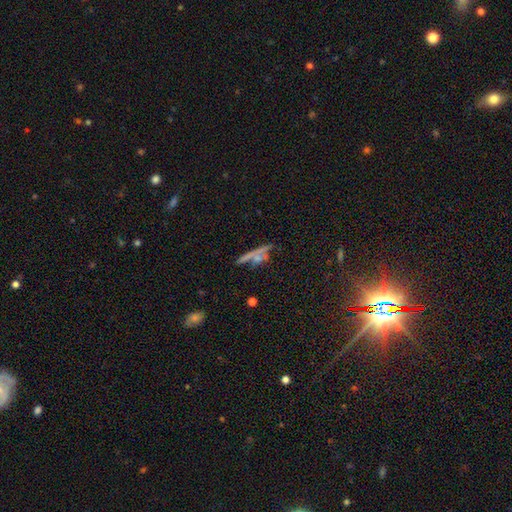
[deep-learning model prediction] This appears to be a smooth galaxy with no disk features (48%). Merging: none (54%).